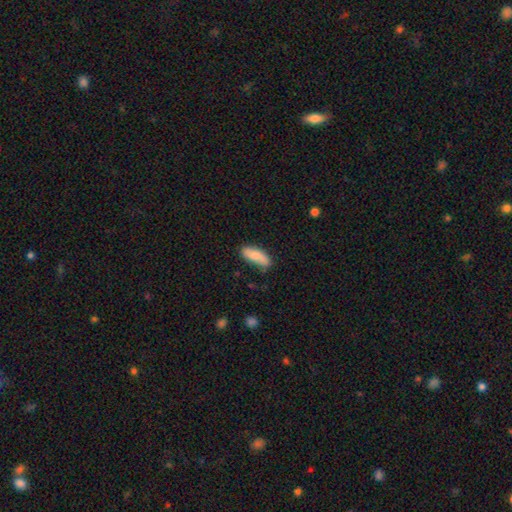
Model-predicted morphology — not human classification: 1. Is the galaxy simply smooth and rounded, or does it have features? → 79% smooth, 15% featured or disk, 6% star or artifact.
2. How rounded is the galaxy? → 72% in between, 26% cigar-shaped, 2% round.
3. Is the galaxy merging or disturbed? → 69% none, 23% minor disturbance, 4% major disturbance, 3% merger.